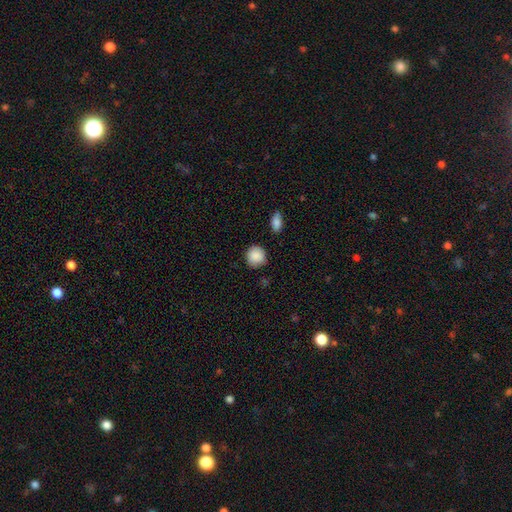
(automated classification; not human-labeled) smooth_or_featured: smooth (p=0.89) [alt: star or artifact p=0.07]
how_rounded: round (p=0.90) [alt: in between p=0.09]
merging: none (p=0.85) [alt: minor disturbance p=0.11]